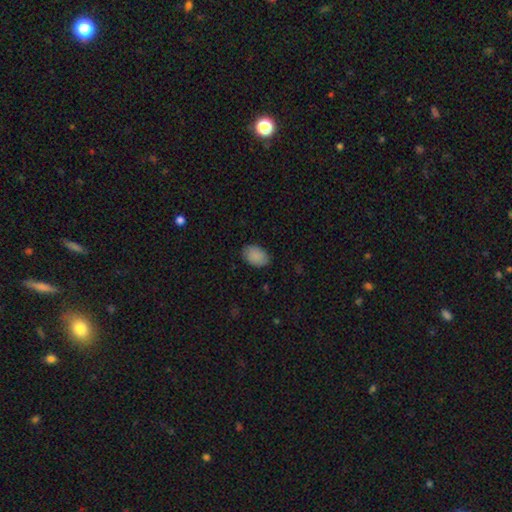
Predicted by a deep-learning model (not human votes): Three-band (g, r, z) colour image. It shows a smooth galaxy with no disk features (89%) that is in between round and cigar-shaped (85%). Merging: none (85%).